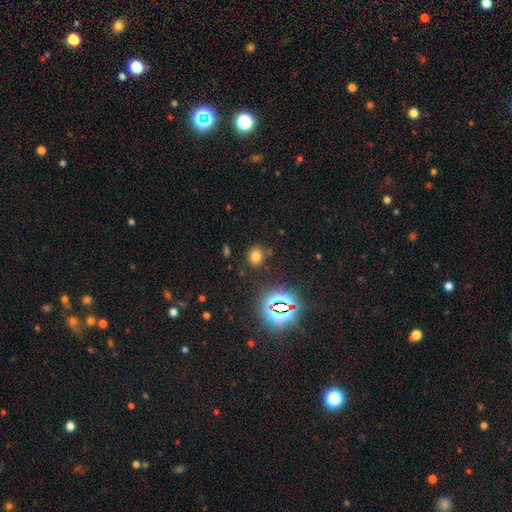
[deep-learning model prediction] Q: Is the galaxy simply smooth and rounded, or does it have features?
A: smooth — 68%.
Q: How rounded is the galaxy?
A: round — 68%.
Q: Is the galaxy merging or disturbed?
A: none — 81%.